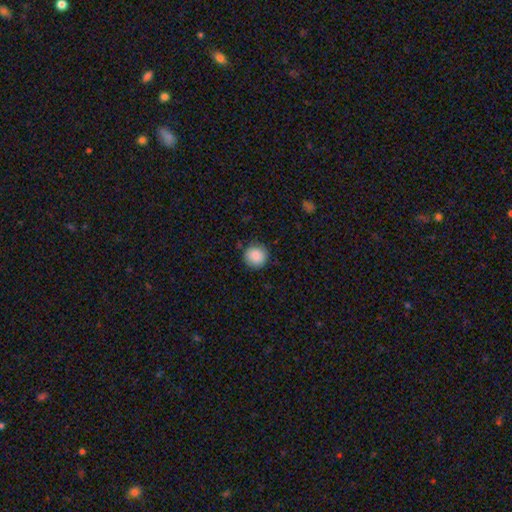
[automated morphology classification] A smooth galaxy with no disk features (88%) that is round (92%). Merging: none (85%).